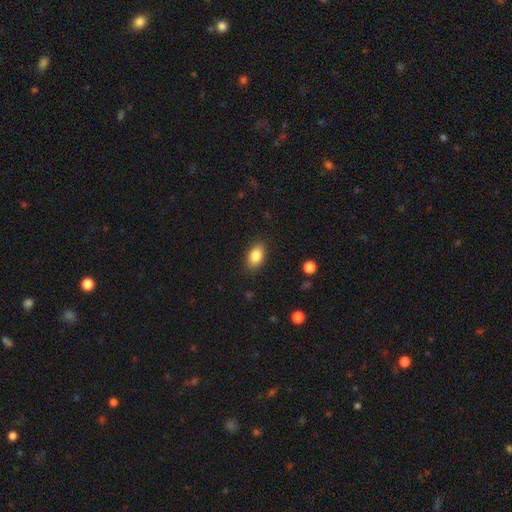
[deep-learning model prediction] Overall: smooth (85%). How rounded: in between (88%). Merging: none (86%).